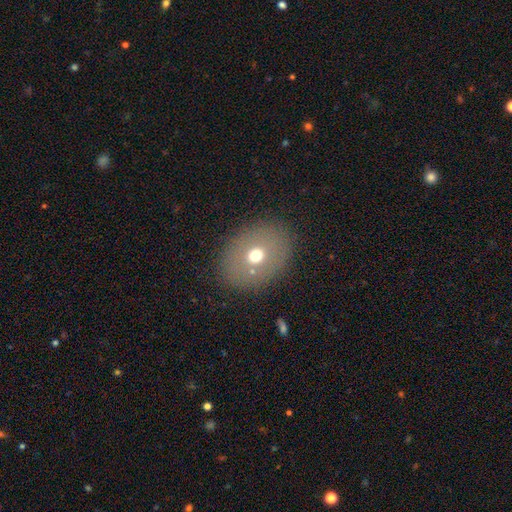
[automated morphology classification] Smooth or featured?
  - smooth: 61% *
  - featured or disk: 25%
  - star or artifact: 15%
How rounded?
  - in between: 58% *
  - round: 41%
  - cigar-shaped: 1%
Merging?
  - none: 87% *
  - minor disturbance: 8%
  - major disturbance: 3%
  - merger: 2%